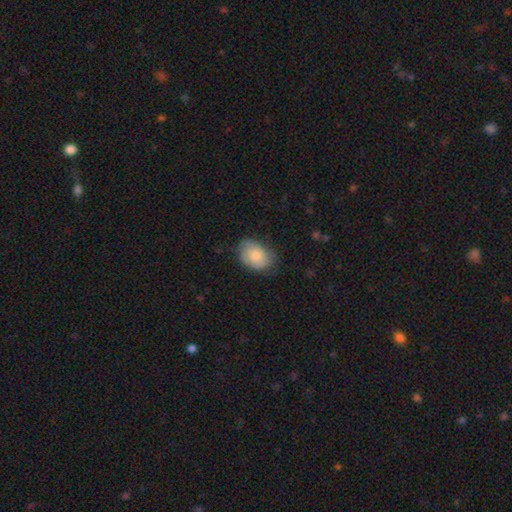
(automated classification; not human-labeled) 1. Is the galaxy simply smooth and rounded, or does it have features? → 82% smooth, 12% featured or disk, 6% star or artifact.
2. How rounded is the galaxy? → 78% in between, 21% round, 1% cigar-shaped.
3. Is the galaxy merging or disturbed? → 70% none, 24% minor disturbance, 5% major disturbance, 1% merger.